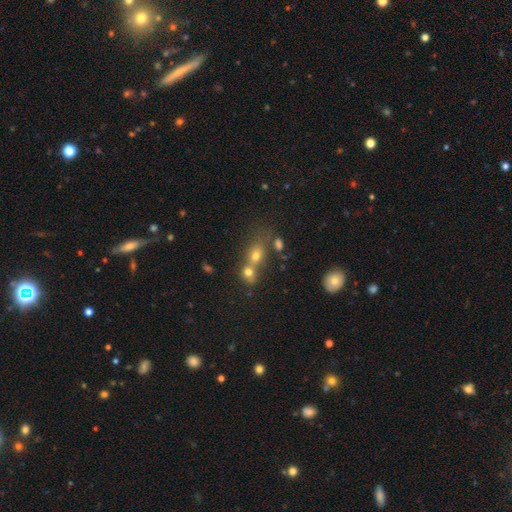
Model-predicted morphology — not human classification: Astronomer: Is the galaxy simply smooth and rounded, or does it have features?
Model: smooth — 68%.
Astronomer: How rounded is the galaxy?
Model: in between — 59% (runner-up: round, 38%).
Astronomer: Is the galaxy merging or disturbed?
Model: merger — 59%.